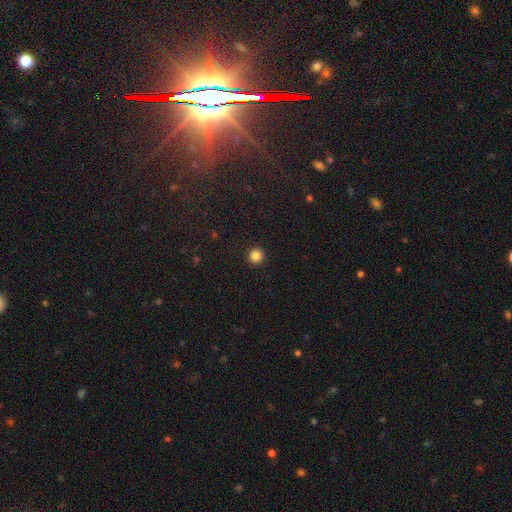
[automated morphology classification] Smooth or featured? smooth (85%)
How rounded? round (96%)
Merging? none (94%)